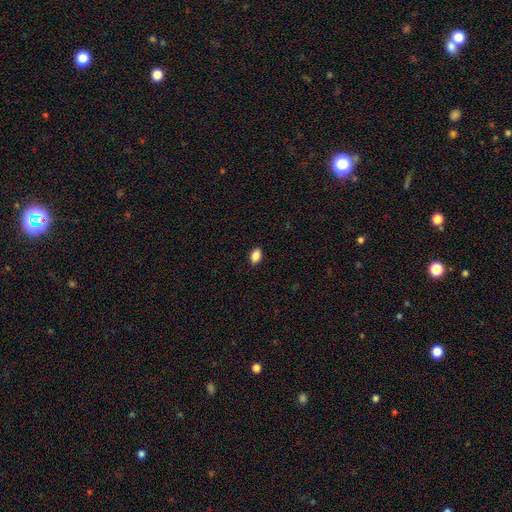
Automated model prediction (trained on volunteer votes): Smooth or featured? smooth (88%)
How rounded? in between (90%)
Merging? none (89%)